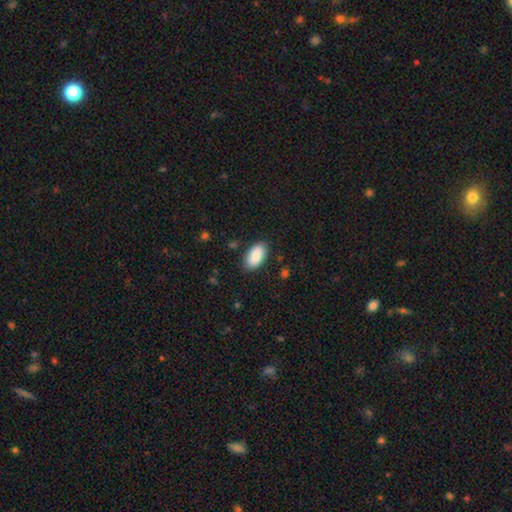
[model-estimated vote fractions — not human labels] A smooth galaxy with no disk features (88%) that is in between round and cigar-shaped (95%). Merging: none (84%).